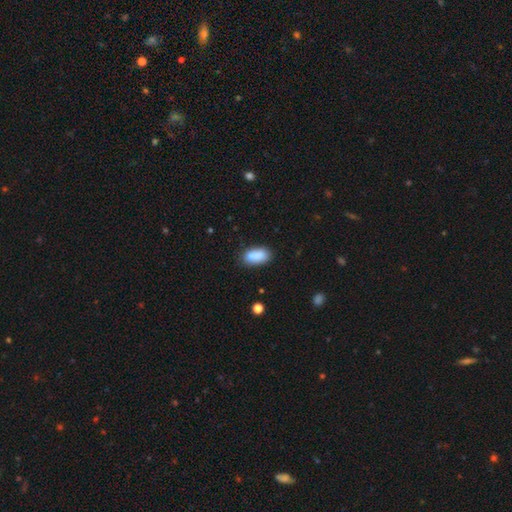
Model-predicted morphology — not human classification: Smooth or featured?
  - smooth: 85% *
  - star or artifact: 8%
  - featured or disk: 7%
How rounded?
  - in between: 88% *
  - cigar-shaped: 8%
  - round: 4%
Merging?
  - none: 71% *
  - minor disturbance: 18%
  - merger: 8%
  - major disturbance: 4%